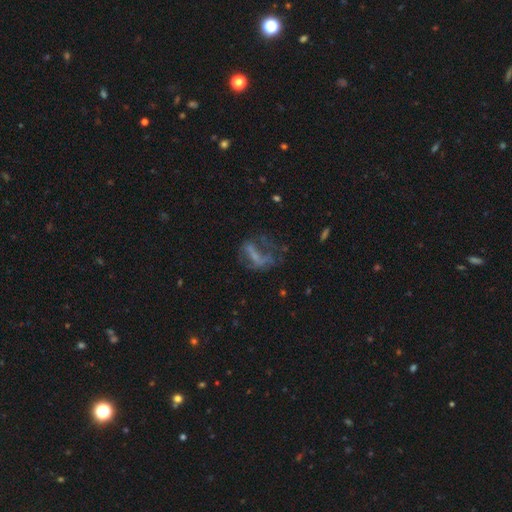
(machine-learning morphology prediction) smooth_or_featured: featured or disk (p=0.53) [alt: smooth p=0.30]
disk_edge_on: no (p=0.92) [alt: yes p=0.08]
merging: major disturbance (p=0.44) [alt: none p=0.32]